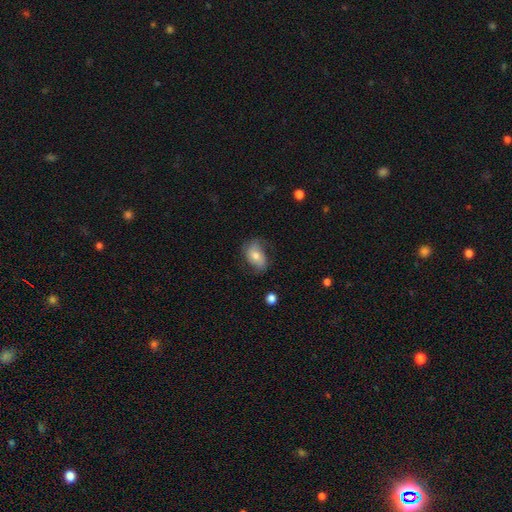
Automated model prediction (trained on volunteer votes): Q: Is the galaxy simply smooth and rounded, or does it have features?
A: smooth — 60%.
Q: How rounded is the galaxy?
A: in between — 83%.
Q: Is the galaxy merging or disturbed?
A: none — 60%.